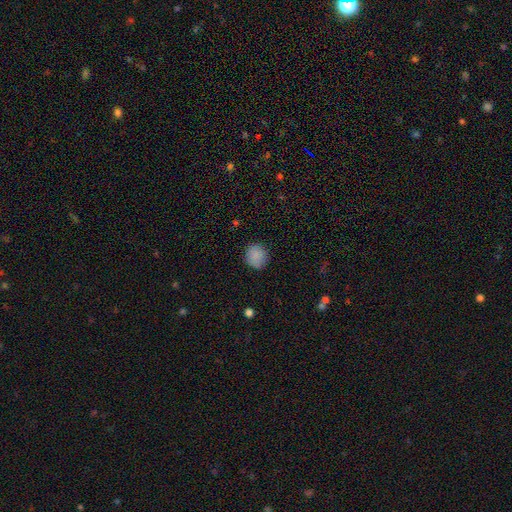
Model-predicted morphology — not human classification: type=smooth (87%); roundness=round (87%); merging=none (87%).